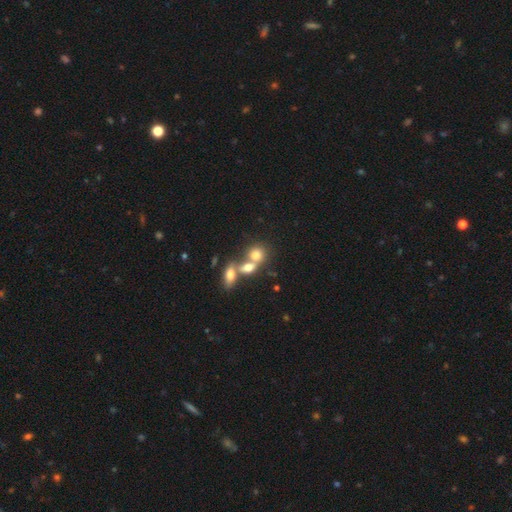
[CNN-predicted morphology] smooth-or-featured: smooth: 72% | featured or disk: 17% | star or artifact: 11%
  how-rounded: round: 60% | in between: 37% | cigar-shaped: 3%
  merging: merger: 57% | none: 30% | minor disturbance: 8% | major disturbance: 5%